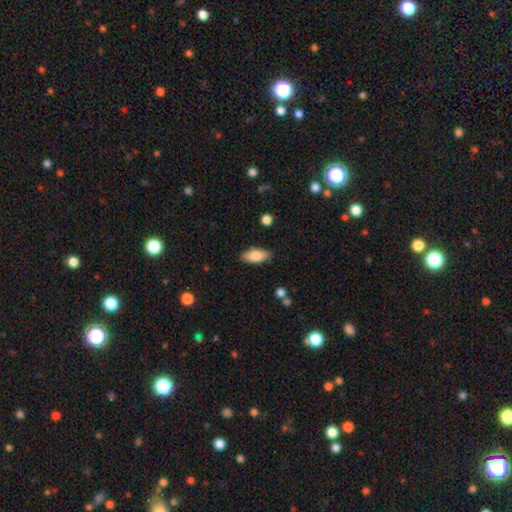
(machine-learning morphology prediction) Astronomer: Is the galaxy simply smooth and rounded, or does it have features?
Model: smooth — 84%.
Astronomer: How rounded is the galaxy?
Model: in between — 84%.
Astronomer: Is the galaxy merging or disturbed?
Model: none — 86%.